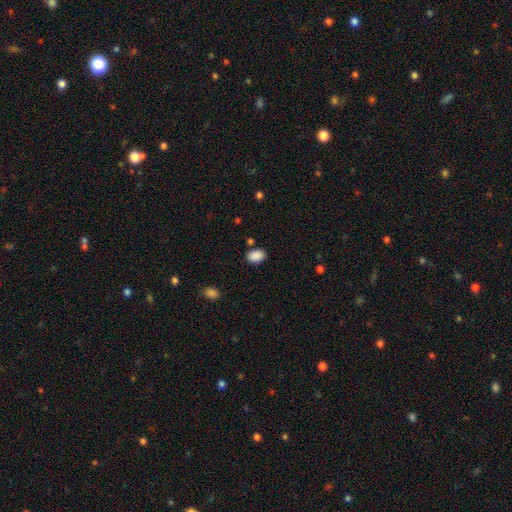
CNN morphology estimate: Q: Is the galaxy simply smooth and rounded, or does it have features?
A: smooth — 89%.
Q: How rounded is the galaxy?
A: in between — 83%.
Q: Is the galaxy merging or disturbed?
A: none — 83%.